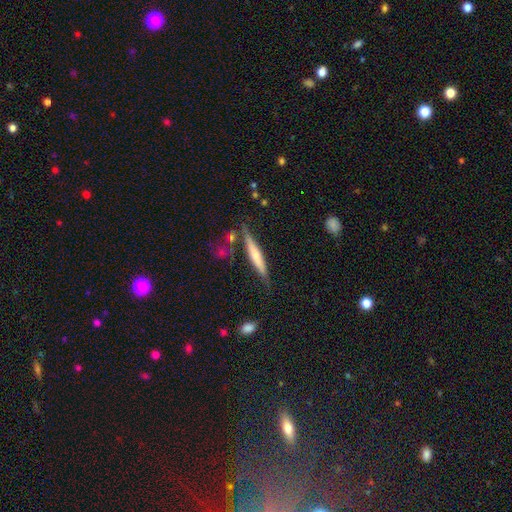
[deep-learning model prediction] Overall: smooth (48%; featured or disk 45%). Merging: none (74%).